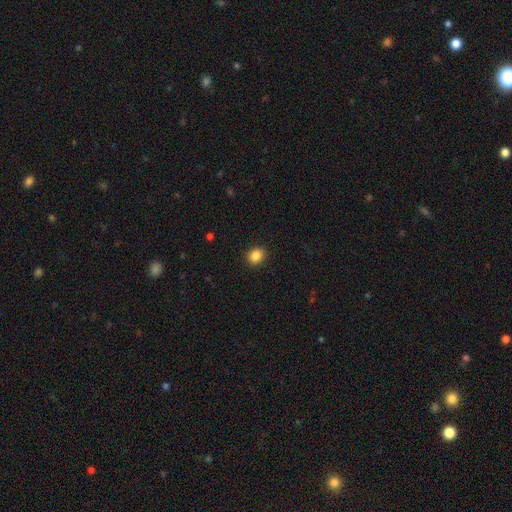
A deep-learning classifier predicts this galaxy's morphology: smooth_or_featured: smooth (p=0.86) [alt: star or artifact p=0.10]
how_rounded: round (p=0.70) [alt: in between p=0.29]
merging: none (p=0.91) [alt: minor disturbance p=0.06]